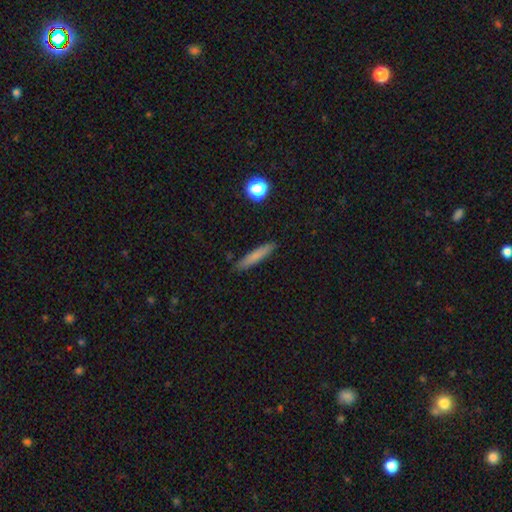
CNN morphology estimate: Smooth or featured? Predicted: smooth (p=0.75). How rounded? Predicted: cigar-shaped (p=0.92). Merging? Predicted: none (p=0.88).